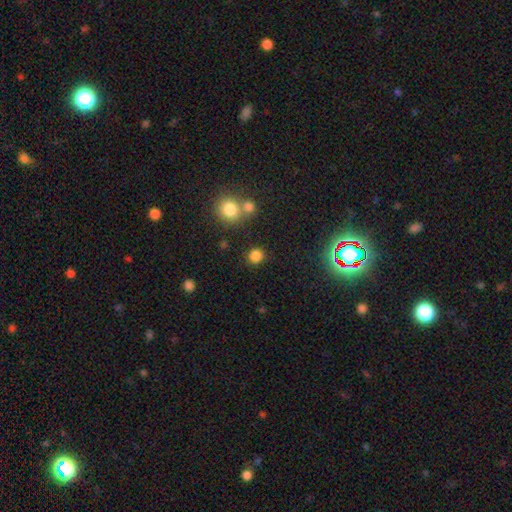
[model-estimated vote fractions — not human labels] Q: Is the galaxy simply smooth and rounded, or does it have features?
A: smooth — 82%.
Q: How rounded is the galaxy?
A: round — 87%.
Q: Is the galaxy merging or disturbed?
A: none — 83%.